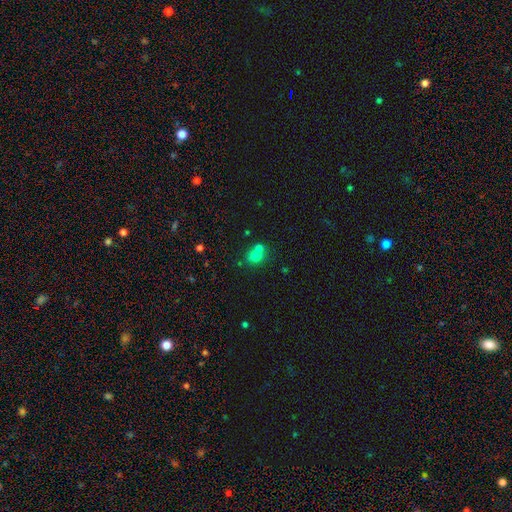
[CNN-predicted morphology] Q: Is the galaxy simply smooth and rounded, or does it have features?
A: smooth — 69%.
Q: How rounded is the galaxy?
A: round — 77%.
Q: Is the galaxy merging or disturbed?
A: merger — 48%.